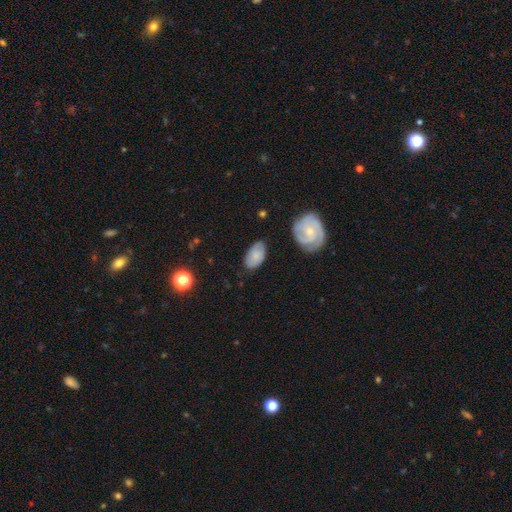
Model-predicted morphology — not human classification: Smooth or featured? smooth (66%)
How rounded? in between (92%)
Merging? none (71%)